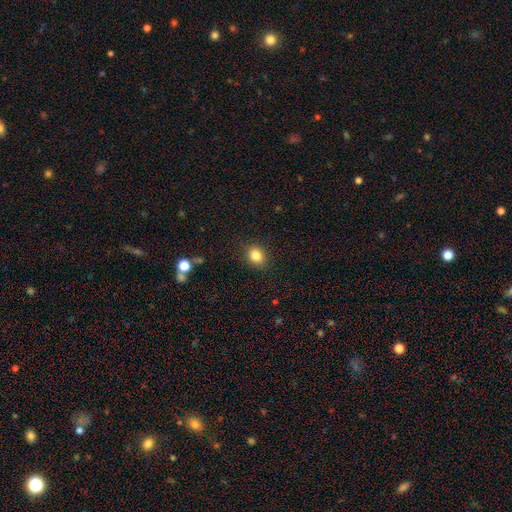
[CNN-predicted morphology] smooth_or_featured: smooth (p=0.83) [alt: star or artifact p=0.11]
how_rounded: round (p=0.67) [alt: in between p=0.32]
merging: none (p=0.88) [alt: minor disturbance p=0.08]